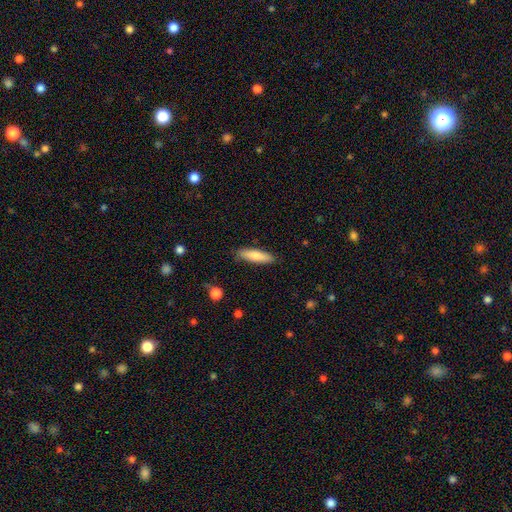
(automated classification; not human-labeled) This appears to be a smooth galaxy with no disk features (78%) that is cigar-shaped (67%). Merging: none (86%).